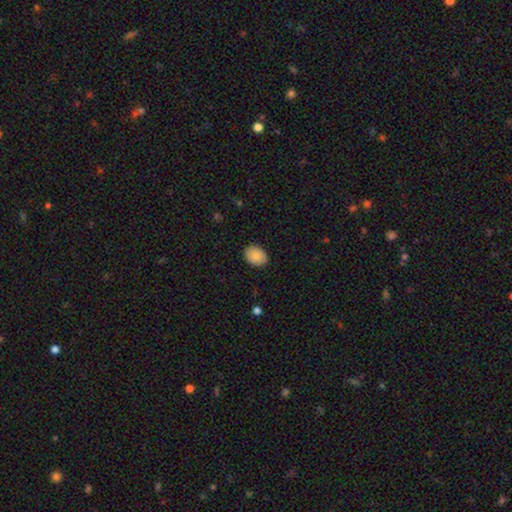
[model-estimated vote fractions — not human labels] smooth_or_featured: smooth (p=0.85) [alt: featured or disk p=0.08]
how_rounded: in between (p=0.66) [alt: round p=0.33]
merging: none (p=0.87) [alt: minor disturbance p=0.10]